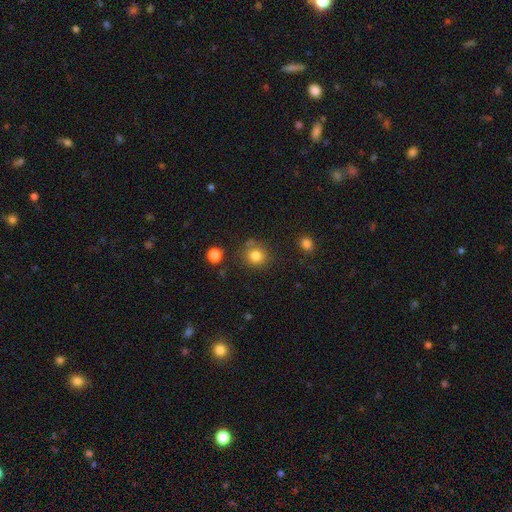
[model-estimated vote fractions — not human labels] Smooth or featured? smooth (81%)
How rounded? round (86%)
Merging? none (74%)